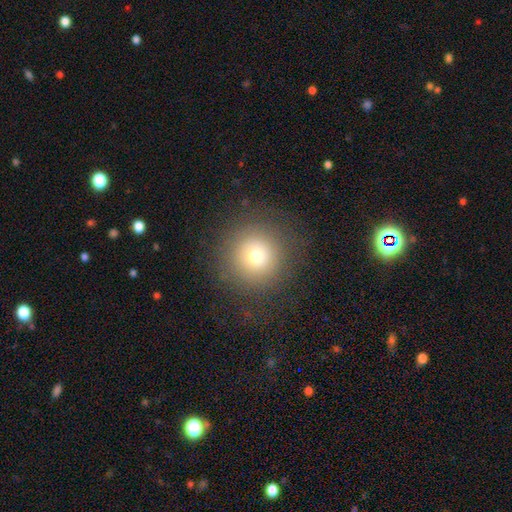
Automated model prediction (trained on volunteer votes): Q: Smooth or featured?
A: smooth (72%); runner-up: star or artifact (15%)
Q: How rounded?
A: round (96%); runner-up: in between (3%)
Q: Merging?
A: none (85%); runner-up: minor disturbance (8%)